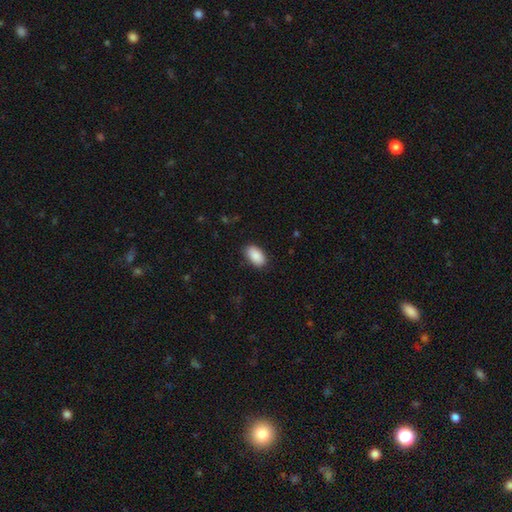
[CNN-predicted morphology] Q: Smooth or featured?
A: smooth (90%); runner-up: star or artifact (6%)
Q: How rounded?
A: in between (95%); runner-up: round (4%)
Q: Merging?
A: none (86%); runner-up: minor disturbance (11%)